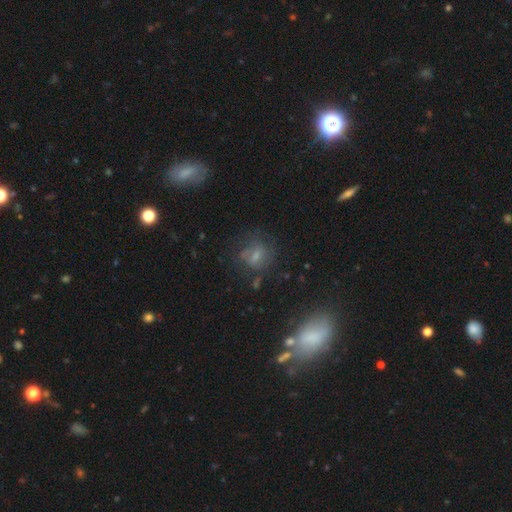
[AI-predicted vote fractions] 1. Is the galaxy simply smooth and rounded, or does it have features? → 44% smooth, 37% featured or disk, 19% star or artifact.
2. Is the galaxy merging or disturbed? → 53% none, 22% minor disturbance, 20% major disturbance, 6% merger.